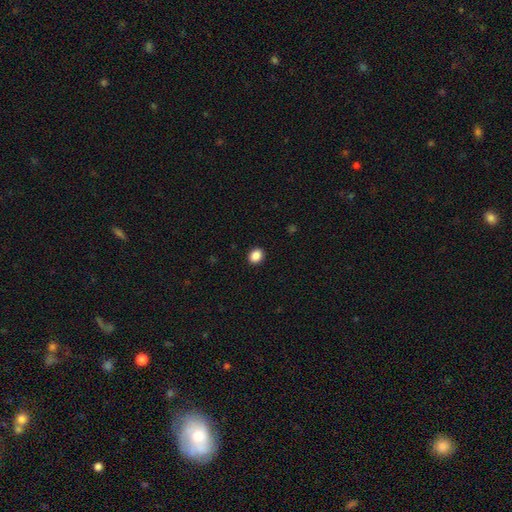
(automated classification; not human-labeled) A smooth galaxy with no disk features (88%) that is round (60%).

Vote fractions:
- Smooth or featured? smooth: 88% / star or artifact: 9% / featured or disk: 3%
- How rounded? round: 60% / in between: 39% / cigar-shaped: 1%
- Merging? none: 92% / minor disturbance: 5% / major disturbance: 2% / merger: 1%